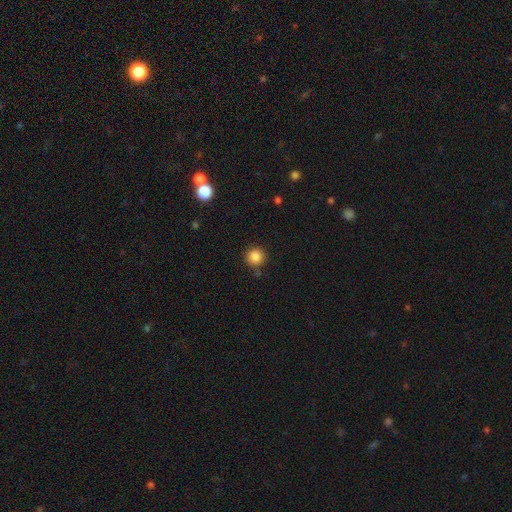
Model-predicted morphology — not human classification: type=smooth (86%); roundness=round (95%); merging=none (86%).